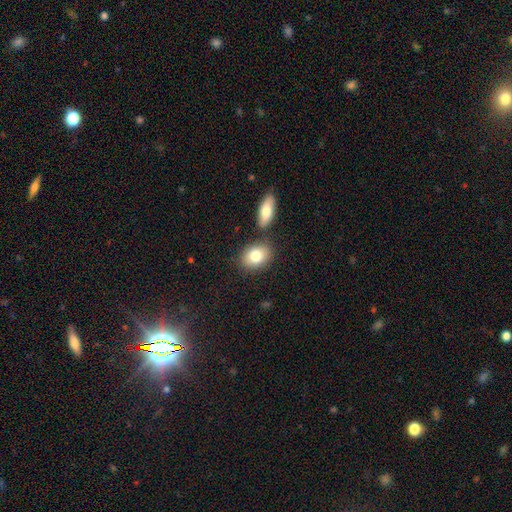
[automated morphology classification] A smooth galaxy with no disk features (81%) that is in between round and cigar-shaped (74%). Merging: none (71%).